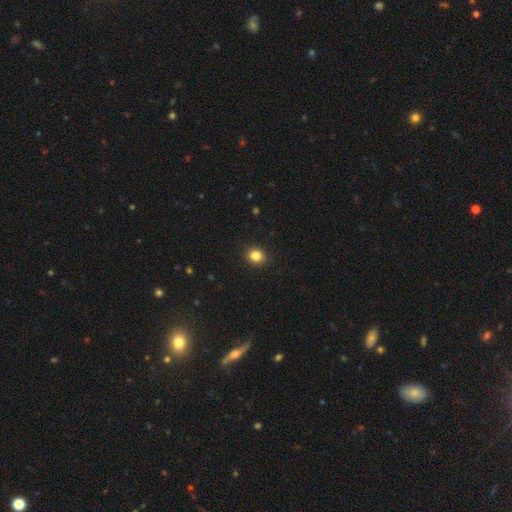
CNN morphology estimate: Q: Smooth or featured?
A: smooth (84%); runner-up: star or artifact (11%)
Q: How rounded?
A: round (71%); runner-up: in between (29%)
Q: Merging?
A: none (91%); runner-up: minor disturbance (6%)